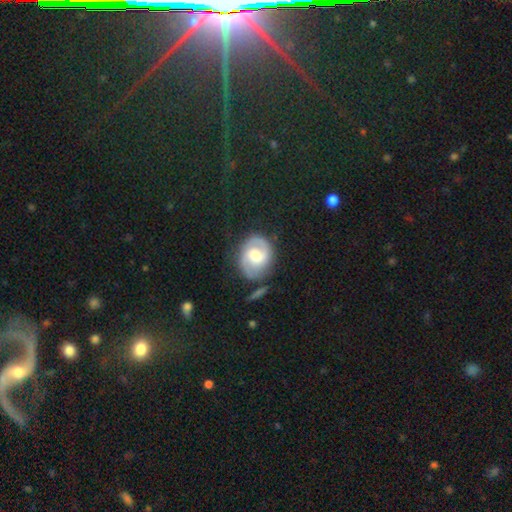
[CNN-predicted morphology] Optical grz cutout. It shows a featured or disk galaxy (79%) with a weak bar (49%), 2 (90%) medium (49%) spiral arms (94%) and a moderate central bulge (44%). Merging: none (76%).